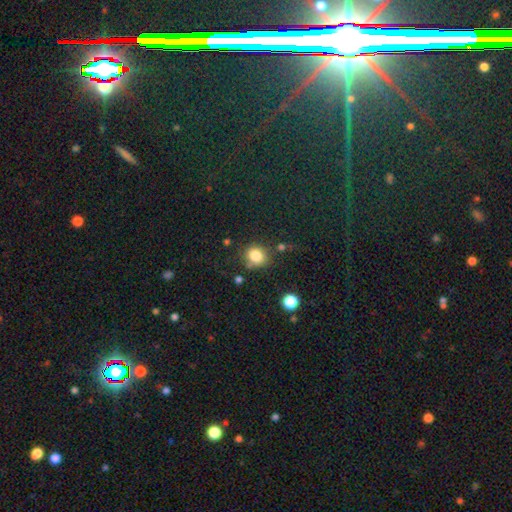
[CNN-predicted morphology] smooth-or-featured: smooth: 83% | star or artifact: 11% | featured or disk: 6%
  how-rounded: round: 73% | in between: 26% | cigar-shaped: 1%
  merging: none: 74% | minor disturbance: 14% | merger: 7% | major disturbance: 4%